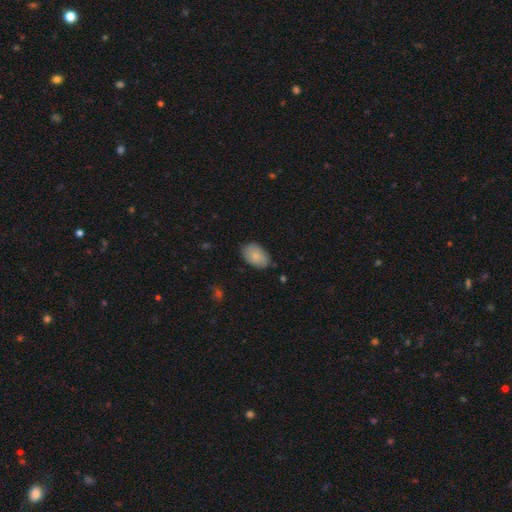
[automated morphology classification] smooth 80%, featured or disk 13%, star or artifact 7%. Down the decision tree: how rounded — in between (90%); merging — none (78%).